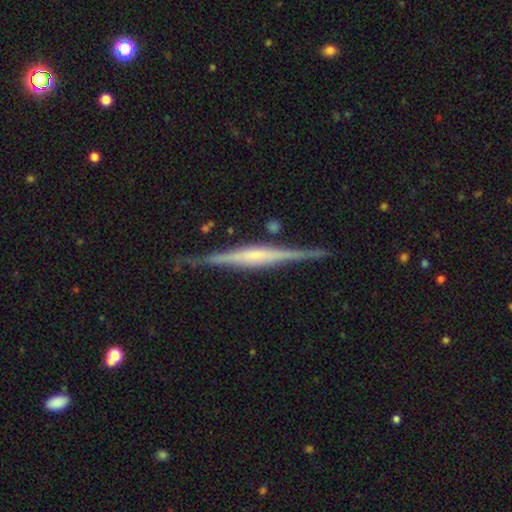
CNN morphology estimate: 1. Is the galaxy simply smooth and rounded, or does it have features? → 82% featured or disk, 12% smooth, 5% star or artifact.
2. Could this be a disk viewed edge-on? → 98% yes, 2% no.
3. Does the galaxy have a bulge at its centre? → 44% rounded, 36% boxy, 20% none.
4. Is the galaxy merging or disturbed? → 86% none, 10% minor disturbance, 2% major disturbance, 2% merger.